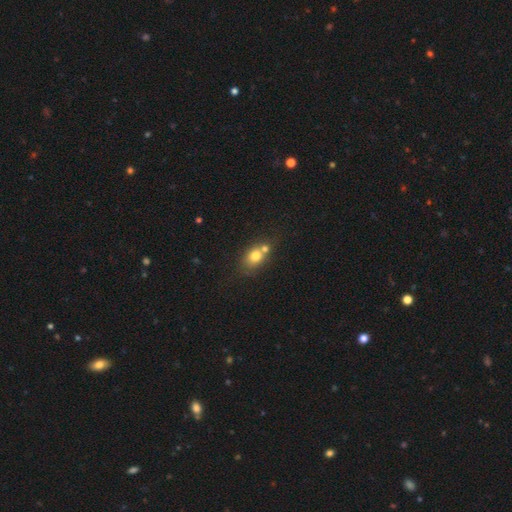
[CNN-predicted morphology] Overall: smooth (74%). How rounded: in between (56%; round 42%). Merging: merger (43%; none 41%).